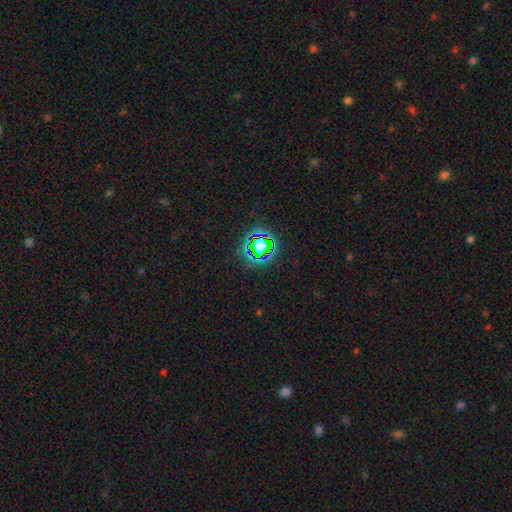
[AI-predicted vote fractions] Smooth or featured? star or artifact (76%)